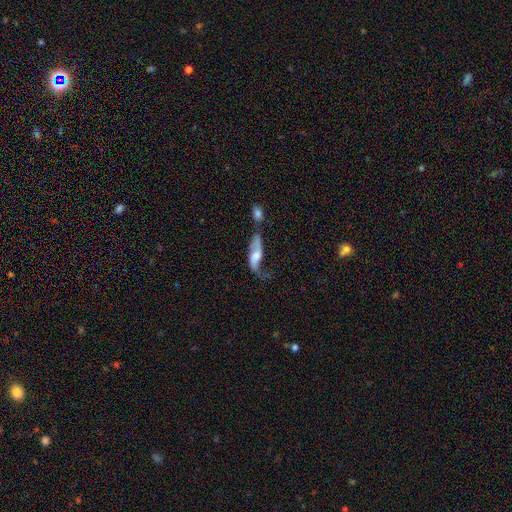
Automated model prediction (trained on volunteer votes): Smooth or featured: featured or disk — 64% (smooth — 29%)
Edge-on disk: no — 82% (yes — 18%)
Bar: no — 56% (weak — 33%)
Spiral arms: yes — 82% (no — 18%)
Bulge size: moderate — 42% (small — 23%)
Merging: merger — 31% (none — 27%)